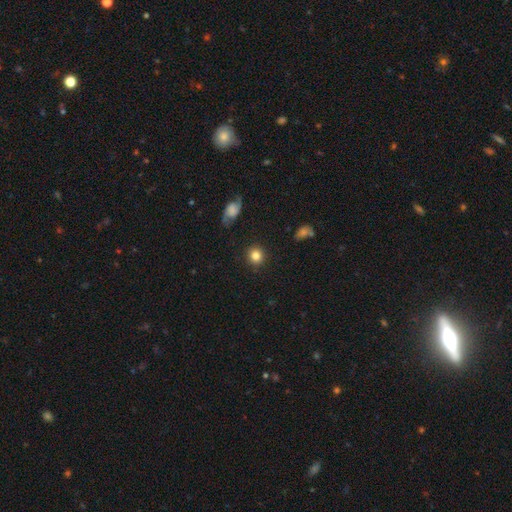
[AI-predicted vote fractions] A smooth galaxy with no disk features (83%) that is round (91%).

Vote fractions:
- Smooth or featured? smooth: 83% / star or artifact: 10% / featured or disk: 8%
- How rounded? round: 91% / in between: 8% / cigar-shaped: 1%
- Merging? none: 89% / minor disturbance: 7% / major disturbance: 2% / merger: 2%